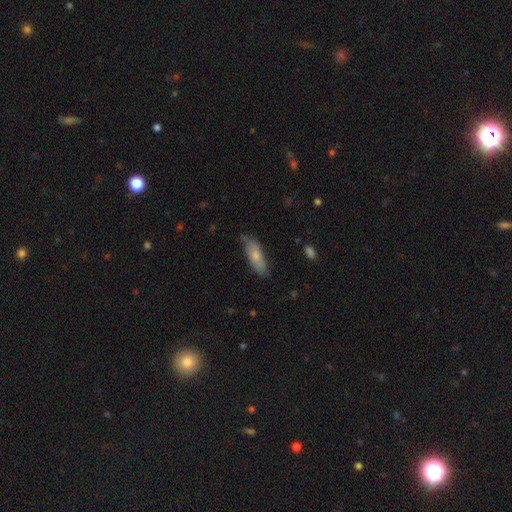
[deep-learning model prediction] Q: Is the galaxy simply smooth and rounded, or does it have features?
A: smooth — 67%.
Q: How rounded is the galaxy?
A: in between — 50%.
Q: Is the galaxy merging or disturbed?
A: none — 68%.